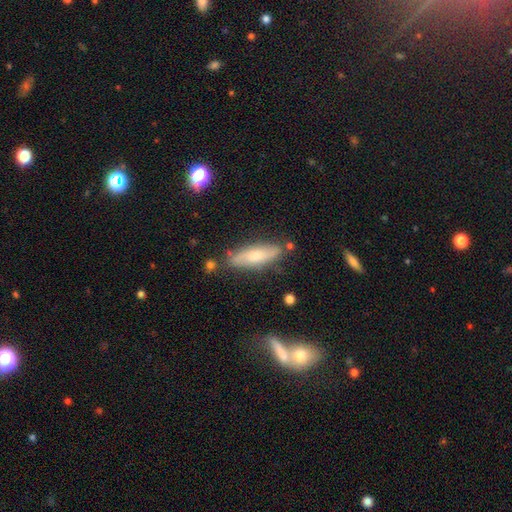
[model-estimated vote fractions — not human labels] smooth_or_featured: smooth (p=0.62) [alt: featured or disk p=0.31]
how_rounded: cigar-shaped (p=0.60) [alt: in between p=0.38]
merging: none (p=0.77) [alt: minor disturbance p=0.16]